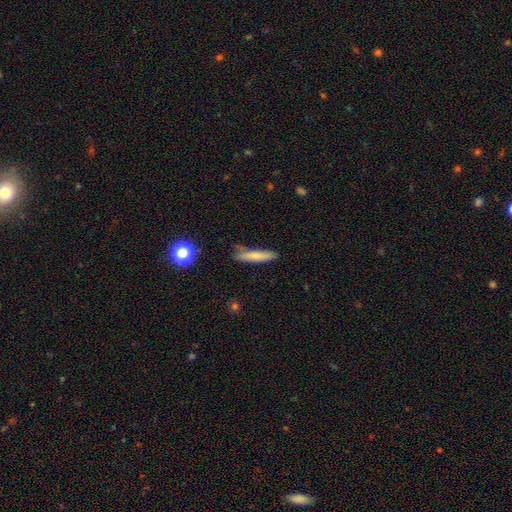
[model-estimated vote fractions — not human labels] A smooth galaxy with no disk features (73%) that is cigar-shaped (88%). Merging: none (74%).